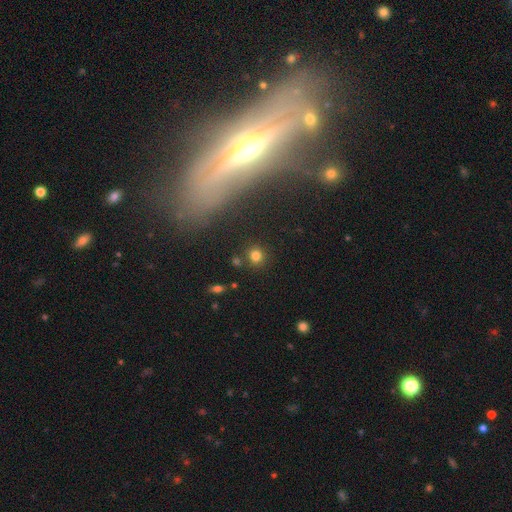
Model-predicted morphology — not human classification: This is likely a smooth galaxy (78%). How rounded: clearly round (89%). Merging: clearly none (84%).